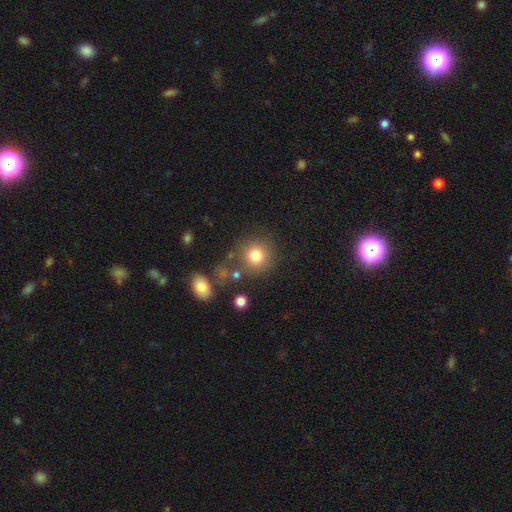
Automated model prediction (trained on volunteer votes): A smooth galaxy with no disk features (81%) that is round (90%).

Vote fractions:
- Smooth or featured? smooth: 81% / star or artifact: 12% / featured or disk: 8%
- How rounded? round: 90% / in between: 9% / cigar-shaped: 1%
- Merging? none: 75% / minor disturbance: 11% / merger: 8% / major disturbance: 6%